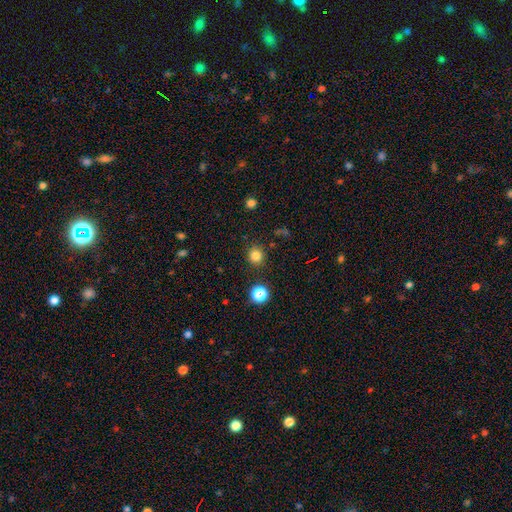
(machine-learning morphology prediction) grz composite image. It shows a smooth galaxy with no disk features (82%) that is round (91%). Merging: none (88%).